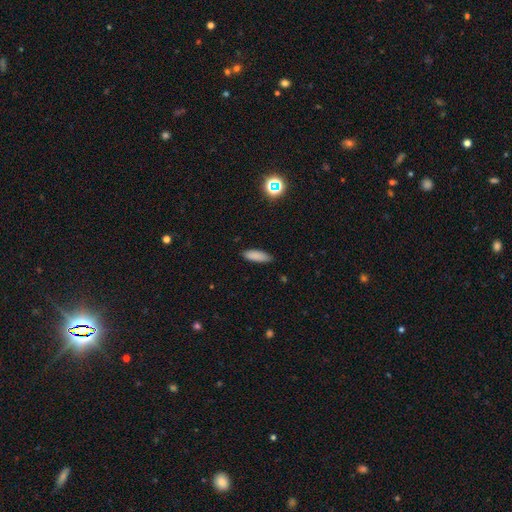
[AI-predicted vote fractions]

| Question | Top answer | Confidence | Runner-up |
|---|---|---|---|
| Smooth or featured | smooth | 85% | star or artifact (9%) |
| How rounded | in between | 58% | cigar-shaped (40%) |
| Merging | none | 83% | minor disturbance (13%) |